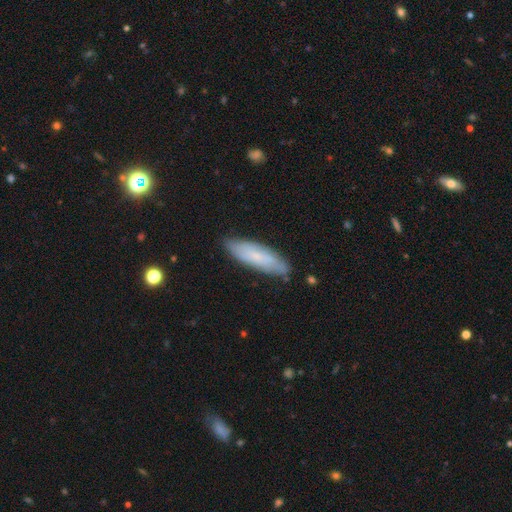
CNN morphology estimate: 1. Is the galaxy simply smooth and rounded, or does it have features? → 62% smooth, 31% featured or disk, 7% star or artifact.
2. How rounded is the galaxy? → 60% cigar-shaped, 39% in between, 2% round.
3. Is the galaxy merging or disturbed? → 80% none, 16% minor disturbance, 3% major disturbance, 2% merger.